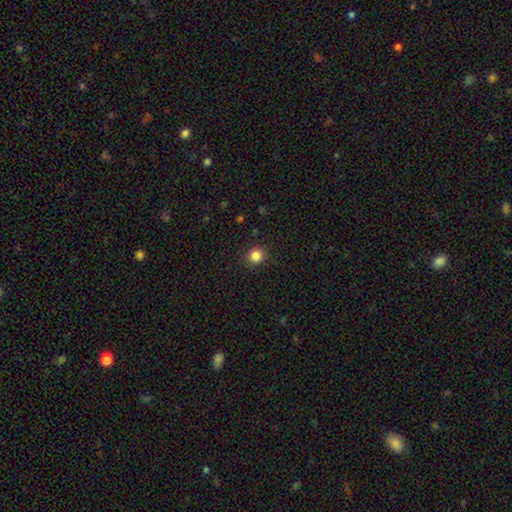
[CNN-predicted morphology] Smooth or featured? smooth (85%)
How rounded? round (92%)
Merging? none (91%)